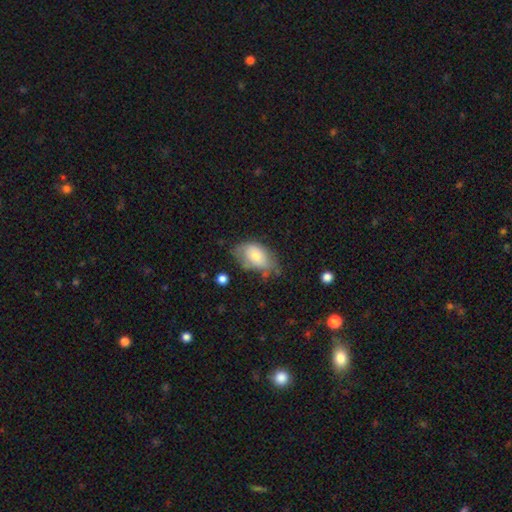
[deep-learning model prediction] Smooth or featured? smooth (69%)
How rounded? in between (89%)
Merging? none (45%)